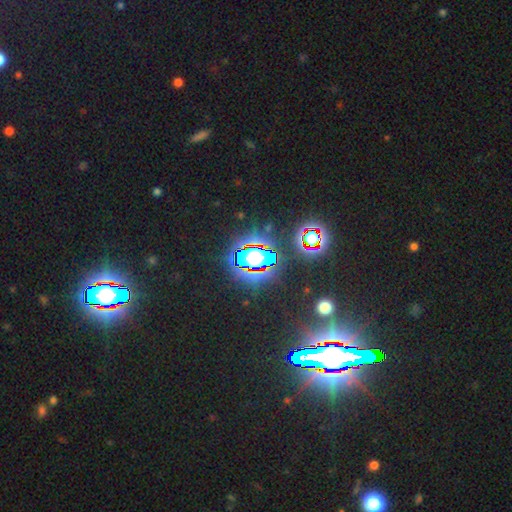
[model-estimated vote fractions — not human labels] Q: Smooth or featured?
A: star or artifact (84%); runner-up: smooth (9%)